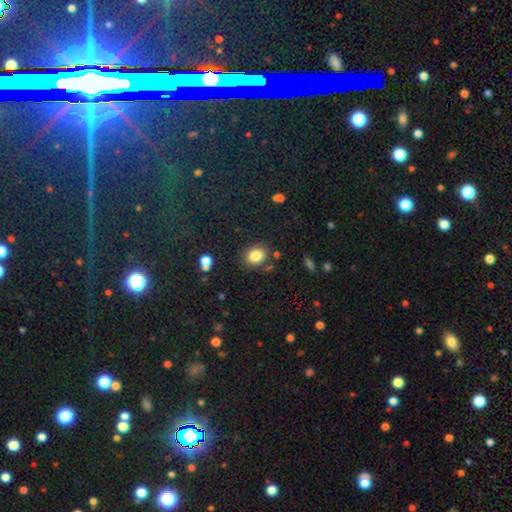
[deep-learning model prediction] Morphology: type=smooth (83%); roundness=round (50%); merging=none (82%).